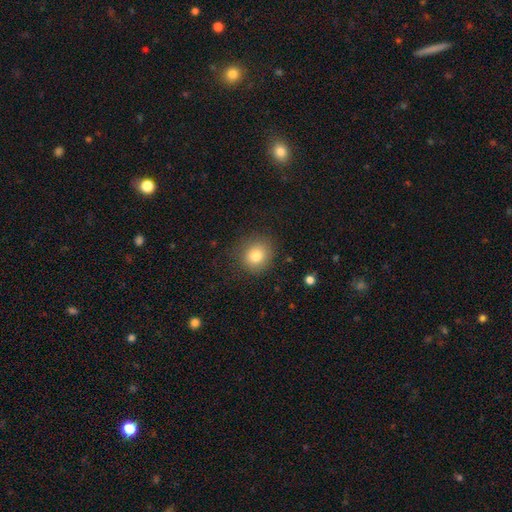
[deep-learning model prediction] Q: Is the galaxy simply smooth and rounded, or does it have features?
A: smooth — 80%.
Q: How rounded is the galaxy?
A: round — 83%.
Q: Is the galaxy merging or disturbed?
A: none — 84%.